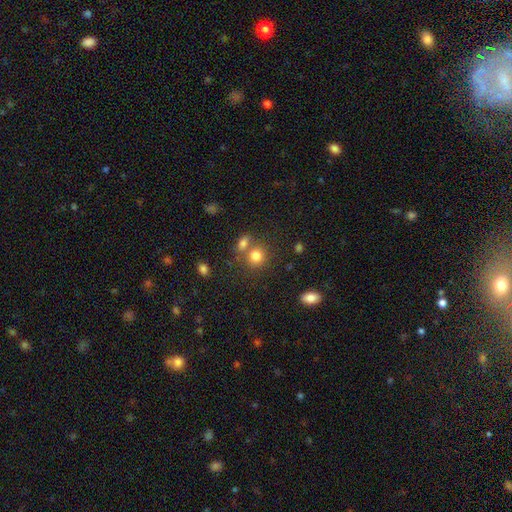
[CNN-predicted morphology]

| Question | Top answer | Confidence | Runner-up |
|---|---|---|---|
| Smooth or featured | smooth | 79% | star or artifact (12%) |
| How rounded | round | 79% | in between (20%) |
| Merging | none | 55% | merger (32%) |